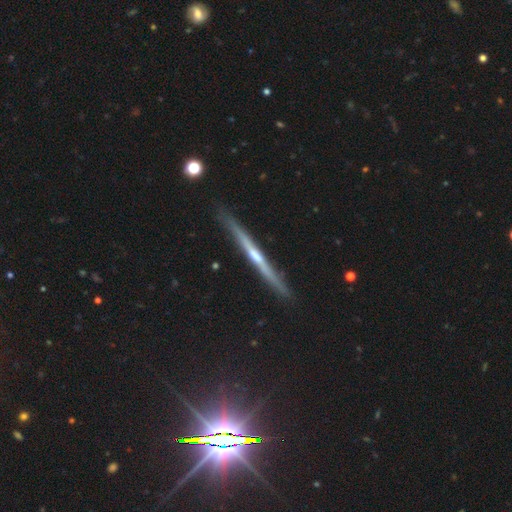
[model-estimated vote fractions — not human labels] smooth_or_featured: featured or disk (p=0.76) [alt: smooth p=0.17]
disk_edge_on: yes (p=0.97) [alt: no p=0.03]
edge_on_bulge: rounded (p=0.58) [alt: none p=0.37]
merging: none (p=0.88) [alt: minor disturbance p=0.09]